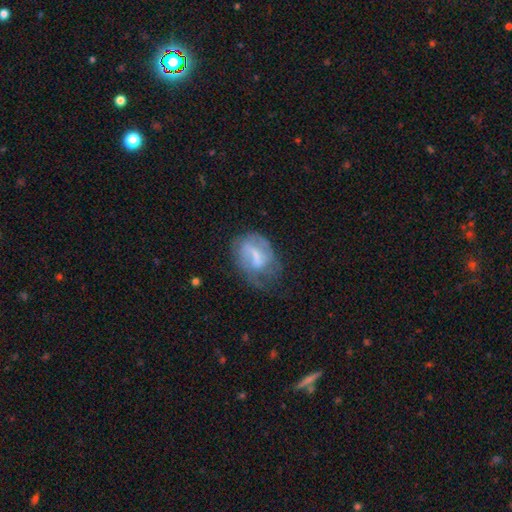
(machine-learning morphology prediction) Smooth or featured: featured or disk — 60% (smooth — 31%)
Edge-on disk: no — 97% (yes — 3%)
Bar: weak — 51% (no — 26%)
Spiral arms: yes — 67% (no — 33%)
Bulge size: small — 39% (moderate — 30%)
Merging: none — 45% (minor disturbance — 30%)